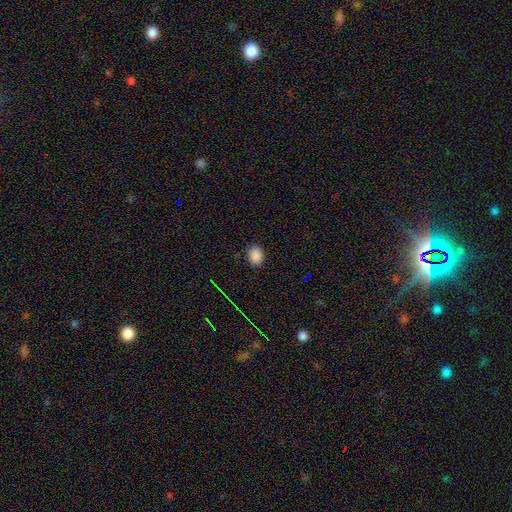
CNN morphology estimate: A smooth galaxy with no disk features (85%) that is in between round and cigar-shaped (61%).

Vote fractions:
- Smooth or featured? smooth: 85% / star or artifact: 12% / featured or disk: 3%
- How rounded? in between: 61% / round: 38% / cigar-shaped: 1%
- Merging? none: 86% / minor disturbance: 10% / major disturbance: 2% / merger: 1%